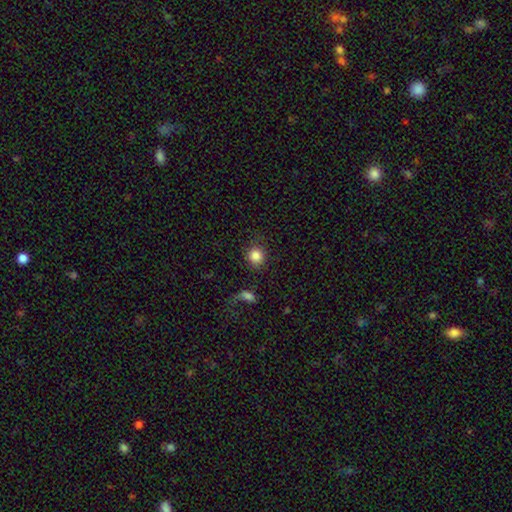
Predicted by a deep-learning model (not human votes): This appears to be a smooth galaxy with no disk features (85%) that is round (88%). Merging: none (80%).